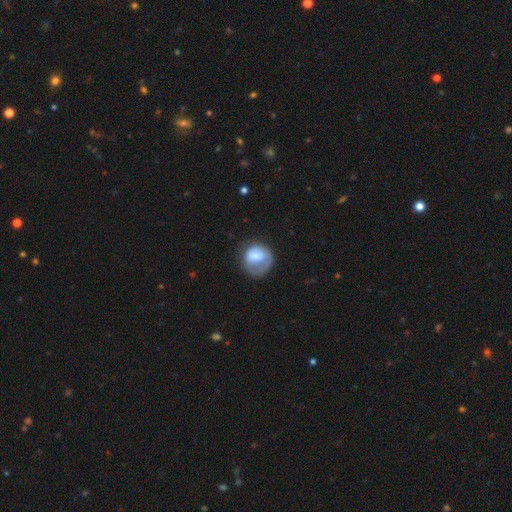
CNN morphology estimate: smooth_or_featured: smooth (p=0.70) [alt: featured or disk p=0.23]
how_rounded: round (p=0.75) [alt: in between p=0.24]
merging: none (p=0.40) [alt: major disturbance p=0.31]